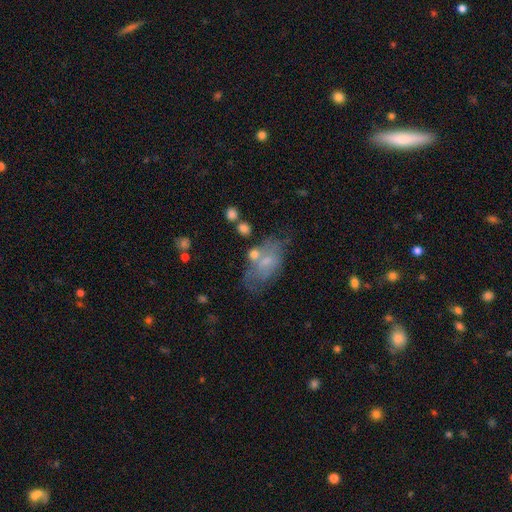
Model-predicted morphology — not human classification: featured or disk 44% (tied), smooth 44% (tied), star or artifact 12%. Down the decision tree: merging — none (47%).